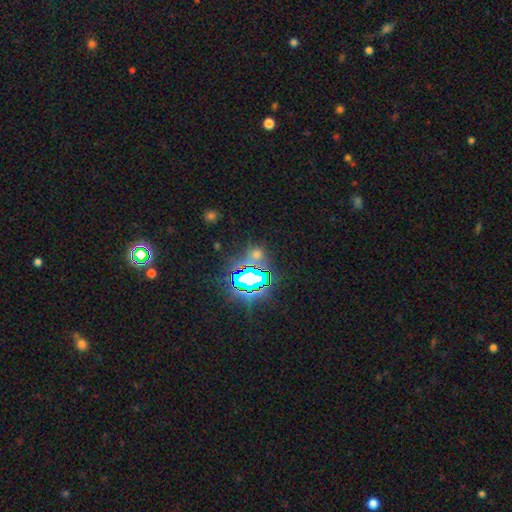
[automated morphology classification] Smooth or featured? star or artifact (73%)